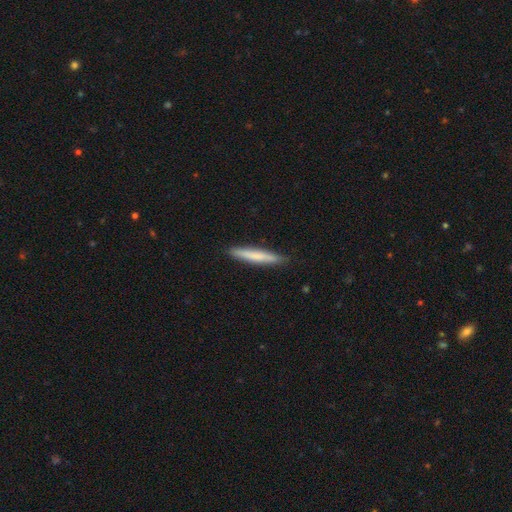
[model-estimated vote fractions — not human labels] smooth 71%, featured or disk 23%, star or artifact 6%. Down the decision tree: how rounded — cigar-shaped (94%); merging — none (90%).